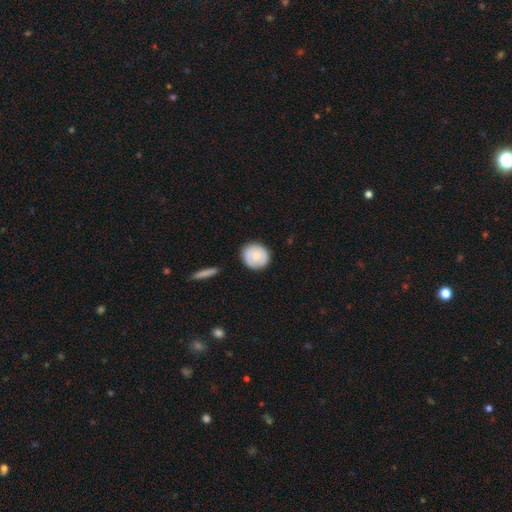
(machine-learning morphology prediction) Overall: smooth (75%). How rounded: round (86%). Merging: none (84%).